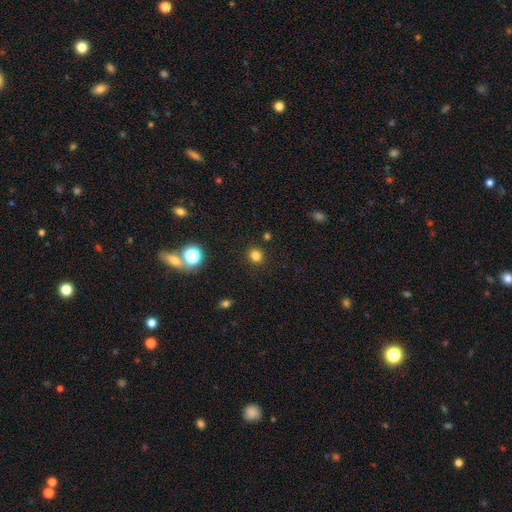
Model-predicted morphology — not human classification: This appears to be a smooth galaxy with no disk features (80%) that is round (86%). Merging: none (90%).